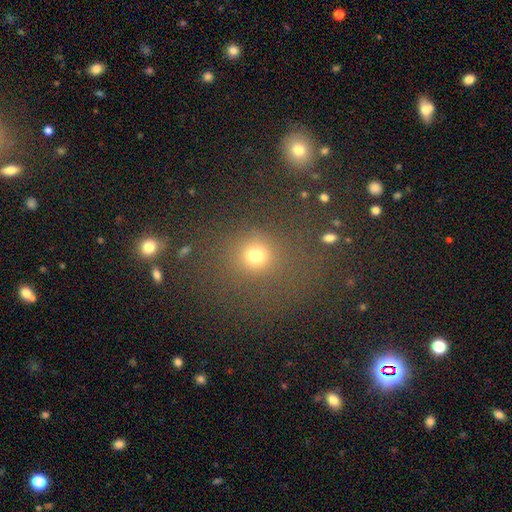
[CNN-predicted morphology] The model was most divided on "smooth or featured": smooth: 71%, star or artifact: 21%, featured or disk: 8%. More confident: how rounded — round (83%); merging — none (74%).